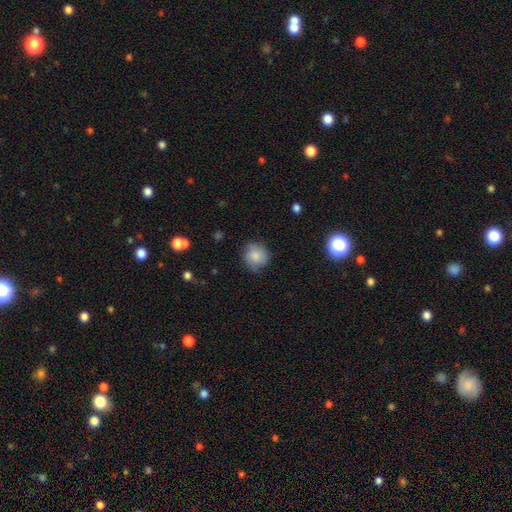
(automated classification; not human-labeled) Overall: smooth (79%). How rounded: round (86%). Merging: none (73%).